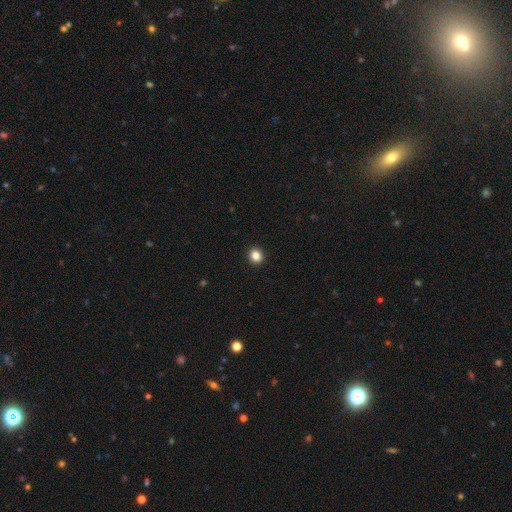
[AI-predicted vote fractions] Smooth or featured? smooth (85%)
How rounded? round (79%)
Merging? none (93%)